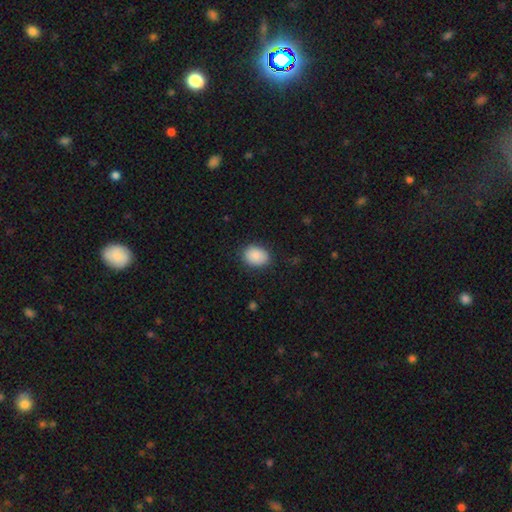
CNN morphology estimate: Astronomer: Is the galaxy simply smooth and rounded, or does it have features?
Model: smooth — 89%.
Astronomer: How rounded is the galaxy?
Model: in between — 65%.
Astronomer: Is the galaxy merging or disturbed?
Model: none — 83%.